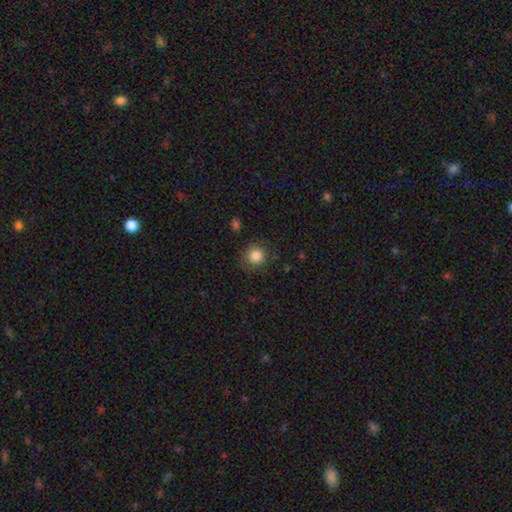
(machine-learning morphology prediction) This appears to be a smooth galaxy with no disk features (85%) that is round (92%). Merging: none (86%).